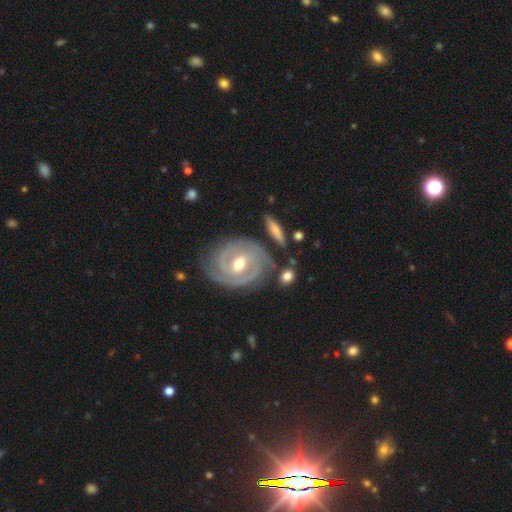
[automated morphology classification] A featured or disk galaxy (76%) with no bar (48%), 2 (49%) tight (76%) spiral arms (82%) and a moderate central bulge (63%).

Vote fractions:
- Smooth or featured? featured or disk: 76% / star or artifact: 12% / smooth: 12%
- Edge-on disk? no: 95% / yes: 5%
- Bar? no: 48% / weak: 36% / strong: 16%
- Spiral arms? yes: 82% / no: 18%
- Spiral winding? tight: 76% / medium: 19% / loose: 5%
- Spiral arm count? 2: 49% / can't tell: 27% / 3: 10% / 1: 5% / 4: 4% / more than 4: 4%
- Bulge size? moderate: 63% / small: 32% / large: 3% / dominant: 1% / none: 1%
- Merging? none: 76% / minor disturbance: 13% / major disturbance: 6% / merger: 6%